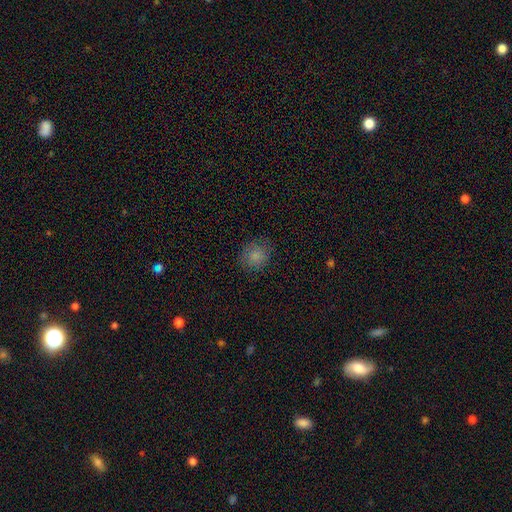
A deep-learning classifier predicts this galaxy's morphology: Q: Smooth or featured?
A: smooth (83%); runner-up: star or artifact (11%)
Q: How rounded?
A: round (81%); runner-up: in between (18%)
Q: Merging?
A: none (83%); runner-up: minor disturbance (13%)